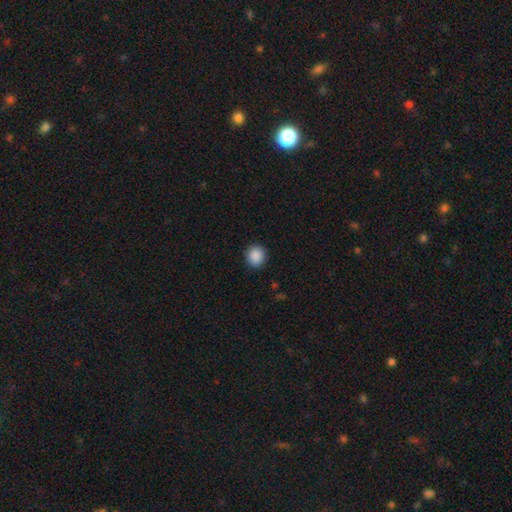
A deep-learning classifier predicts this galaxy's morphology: Q: Smooth or featured?
A: smooth (89%); runner-up: star or artifact (8%)
Q: How rounded?
A: round (86%); runner-up: in between (13%)
Q: Merging?
A: none (91%); runner-up: minor disturbance (6%)